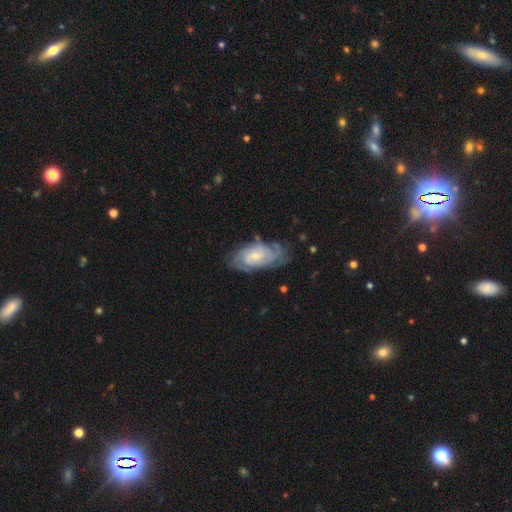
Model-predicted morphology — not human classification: This appears to be a featured or disk galaxy (74%) with no bar (67%), tight (66%) spiral arms (92%) and a small central bulge (57%). Merging: none (64%).